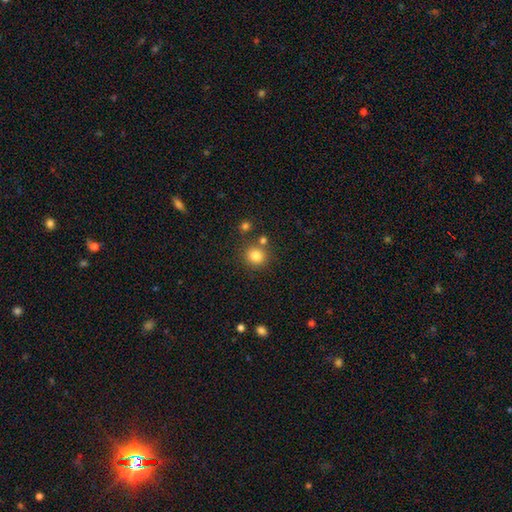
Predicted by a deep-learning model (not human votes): Smooth or featured?
  - smooth: 83% *
  - star or artifact: 12%
  - featured or disk: 6%
How rounded?
  - round: 88% *
  - in between: 11%
  - cigar-shaped: 1%
Merging?
  - none: 78% *
  - merger: 10%
  - minor disturbance: 9%
  - major disturbance: 3%